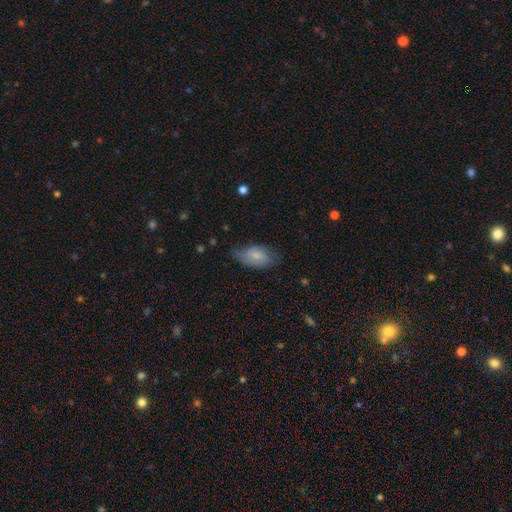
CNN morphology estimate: Q: Smooth or featured?
A: smooth (71%); runner-up: featured or disk (23%)
Q: How rounded?
A: in between (92%); runner-up: round (5%)
Q: Merging?
A: none (59%); runner-up: minor disturbance (31%)